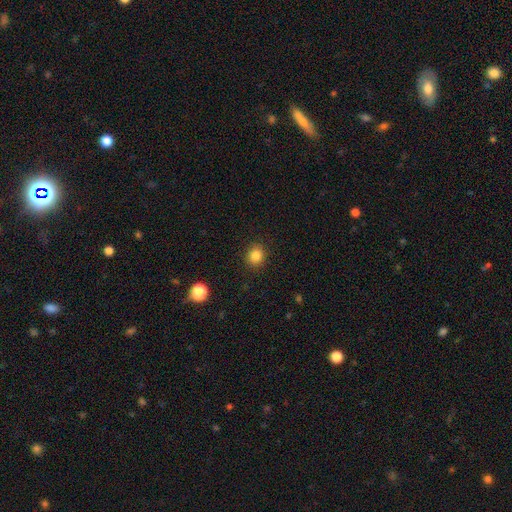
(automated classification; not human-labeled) This appears to be a smooth galaxy with no disk features (84%) that is round (82%). Merging: none (90%).